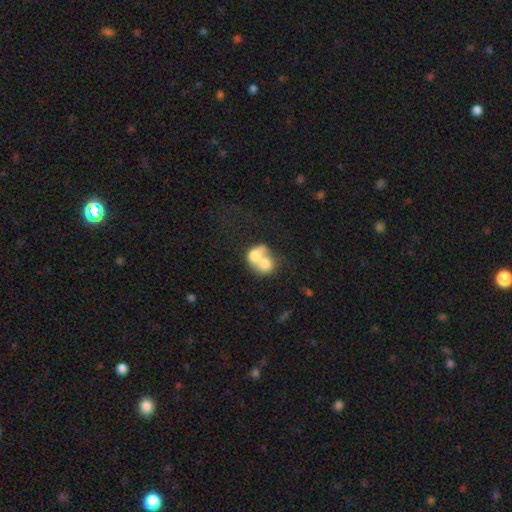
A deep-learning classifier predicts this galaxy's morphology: This is likely a smooth galaxy (67%). How rounded: possibly round (51%). Merging: likely merger (77%).